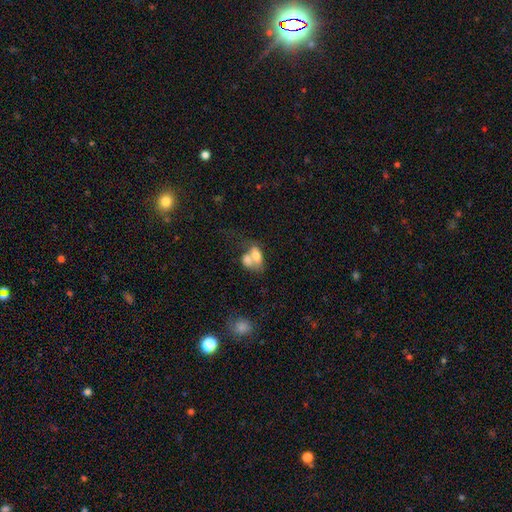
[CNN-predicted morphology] Overall: smooth (66%). How rounded: in between (79%). Merging: merger (68%).